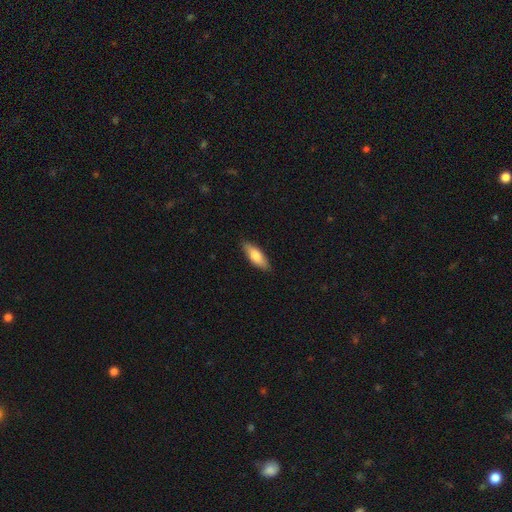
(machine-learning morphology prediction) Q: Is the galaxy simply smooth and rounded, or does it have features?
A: smooth — 76%.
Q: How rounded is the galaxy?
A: in between — 66%.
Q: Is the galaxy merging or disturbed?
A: none — 84%.